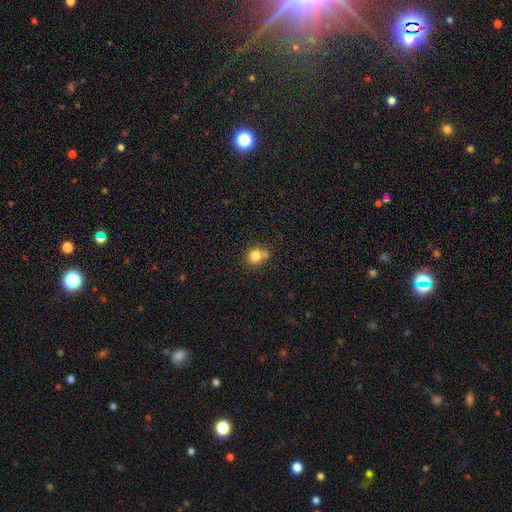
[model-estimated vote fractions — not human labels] Smooth or featured? smooth (80%)
How rounded? round (84%)
Merging? none (59%)